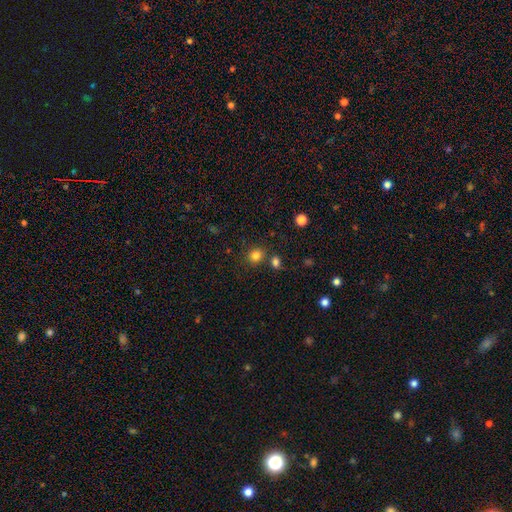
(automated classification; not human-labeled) Morphology: type=smooth (82%); roundness=round (75%); merging=none (77%).